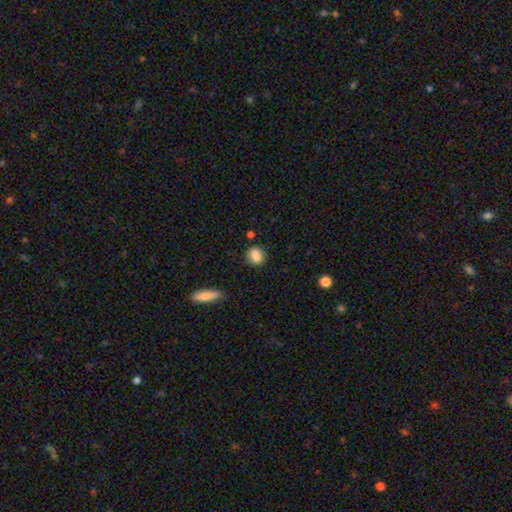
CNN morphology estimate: smooth_or_featured: smooth (p=0.87) [alt: star or artifact p=0.08]
how_rounded: round (p=0.58) [alt: in between p=0.40]
merging: none (p=0.85) [alt: minor disturbance p=0.10]